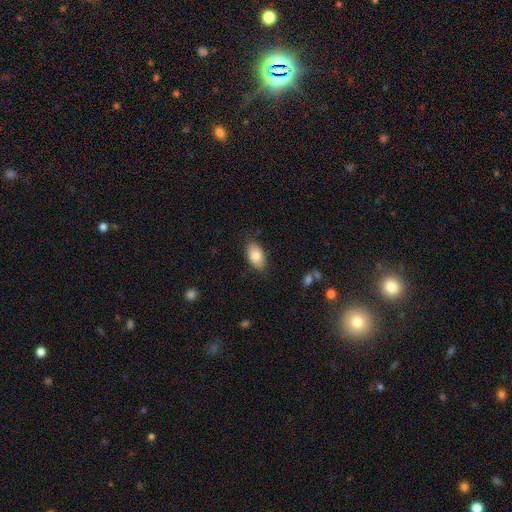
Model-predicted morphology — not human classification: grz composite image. It shows a smooth galaxy with no disk features (82%) that is in between round and cigar-shaped (93%). Merging: none (82%).